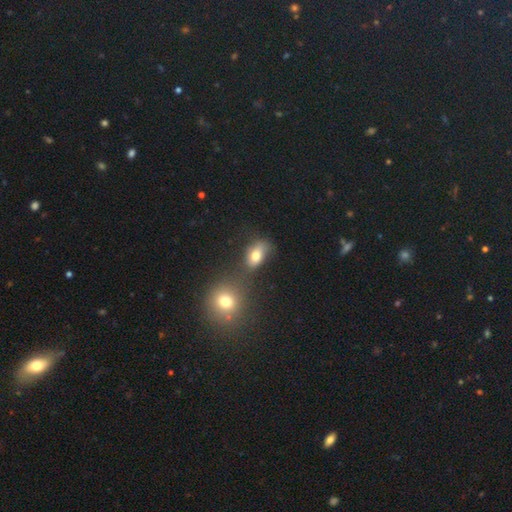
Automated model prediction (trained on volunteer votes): Smooth or featured?
  - smooth: 75% *
  - star or artifact: 13%
  - featured or disk: 12%
How rounded?
  - in between: 77% *
  - round: 20%
  - cigar-shaped: 3%
Merging?
  - none: 52% *
  - merger: 23%
  - minor disturbance: 16%
  - major disturbance: 9%